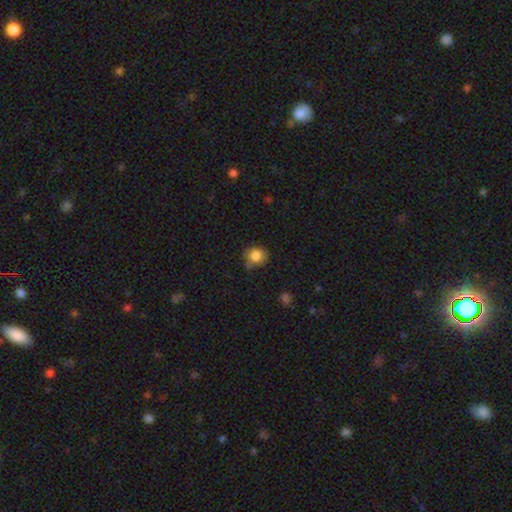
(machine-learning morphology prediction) Smooth or featured? Predicted: smooth (p=0.84). How rounded? Predicted: round (p=0.82). Merging? Predicted: none (p=0.70).